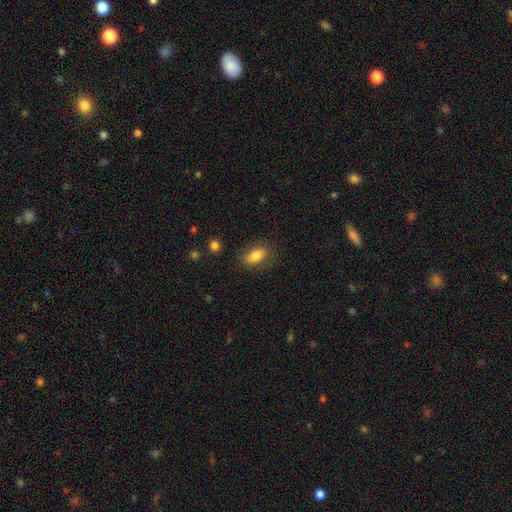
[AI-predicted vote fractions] Smooth or featured? Predicted: smooth (p=0.82). How rounded? Predicted: in between (p=0.86). Merging? Predicted: none (p=0.80).